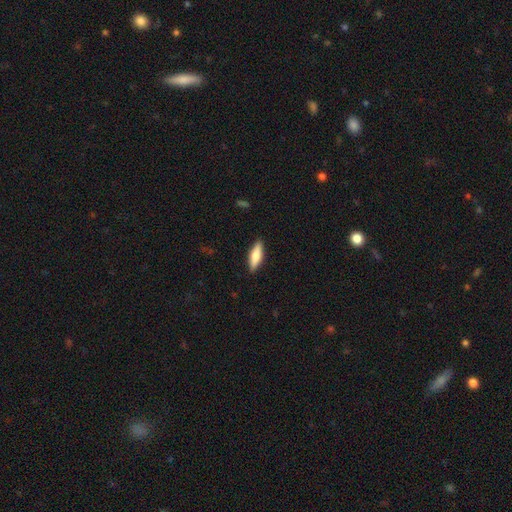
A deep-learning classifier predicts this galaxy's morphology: type=smooth (67%); roundness=cigar-shaped (53%); merging=none (89%).